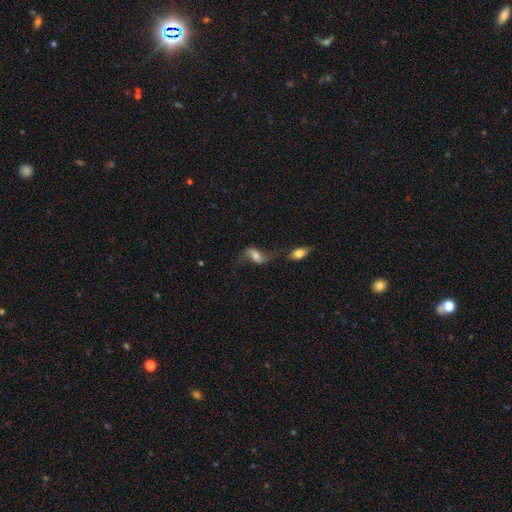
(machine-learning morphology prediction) Smooth or featured: featured or disk — 49% (smooth — 41%)
Merging: none — 46% (merger — 19%)